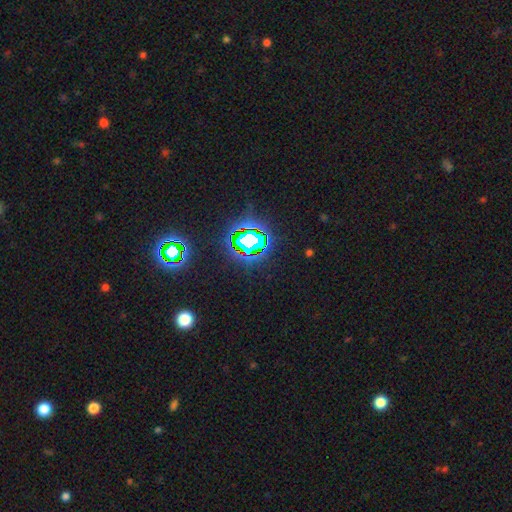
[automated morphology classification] The model was most divided on "smooth or featured": star or artifact: 82%, smooth: 11%, featured or disk: 7%.